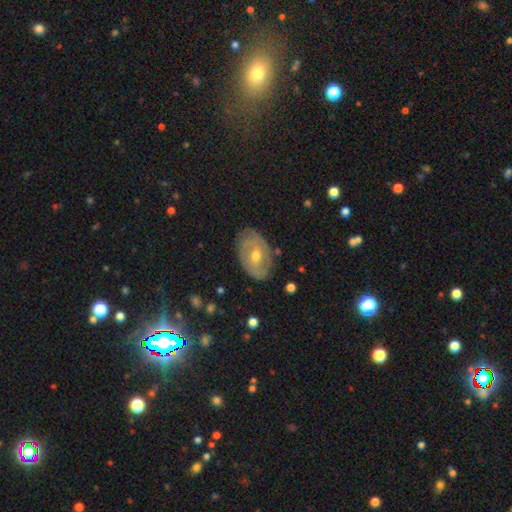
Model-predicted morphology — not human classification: smooth-or-featured: featured or disk: 69% | smooth: 23% | star or artifact: 8%
  disk-edge-on: no: 94% | yes: 6%
    bar: no: 47% | weak: 40% | strong: 13%
    has-spiral-arms: yes: 62% | no: 38%
    bulge-size: moderate: 65% | small: 31% | large: 2% | none: 1% | dominant: 1%
  merging: none: 78% | minor disturbance: 16% | major disturbance: 4% | merger: 1%